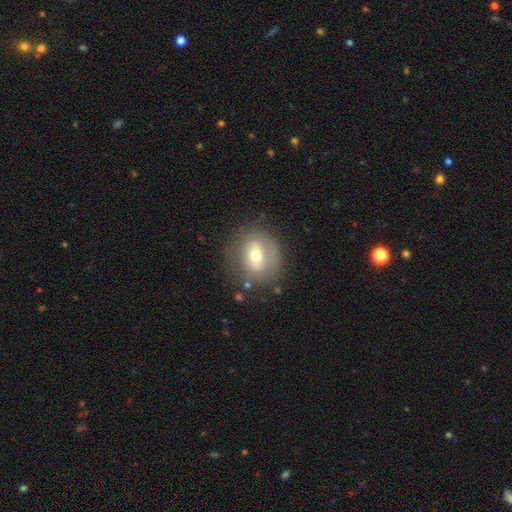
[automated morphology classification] Smooth or featured?
  - smooth: 49% *
  - featured or disk: 42%
  - star or artifact: 9%
Merging?
  - none: 76% *
  - minor disturbance: 15%
  - major disturbance: 7%
  - merger: 2%